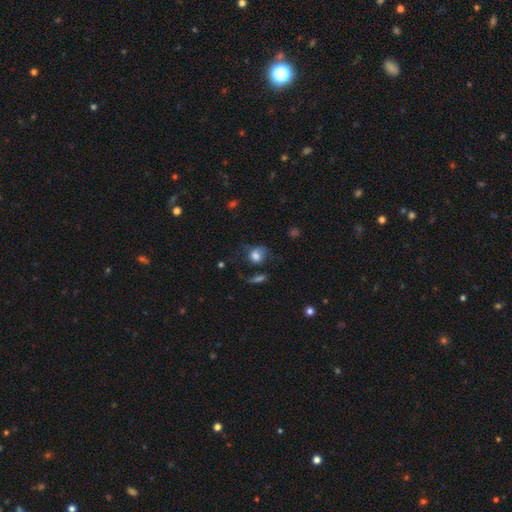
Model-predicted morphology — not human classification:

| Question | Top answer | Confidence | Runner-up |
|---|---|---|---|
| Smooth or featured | smooth | 75% | featured or disk (15%) |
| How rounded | round | 59% | in between (40%) |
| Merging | none | 41% | major disturbance (27%) |